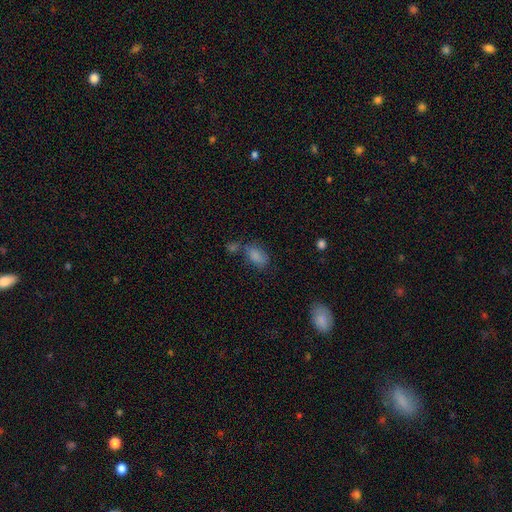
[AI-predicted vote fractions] Smooth or featured?
  - smooth: 83% *
  - star or artifact: 11%
  - featured or disk: 6%
How rounded?
  - in between: 89% *
  - round: 8%
  - cigar-shaped: 3%
Merging?
  - none: 51% *
  - merger: 23%
  - minor disturbance: 19%
  - major disturbance: 8%